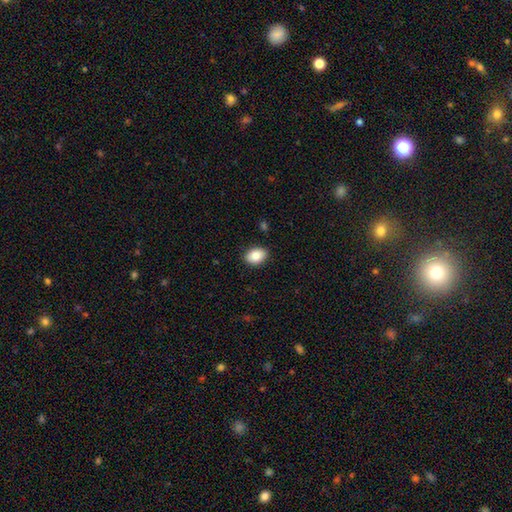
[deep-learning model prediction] Smooth or featured?
  - smooth: 87% *
  - star or artifact: 7%
  - featured or disk: 5%
How rounded?
  - in between: 79% *
  - round: 20%
  - cigar-shaped: 1%
Merging?
  - none: 88% *
  - minor disturbance: 8%
  - major disturbance: 2%
  - merger: 1%